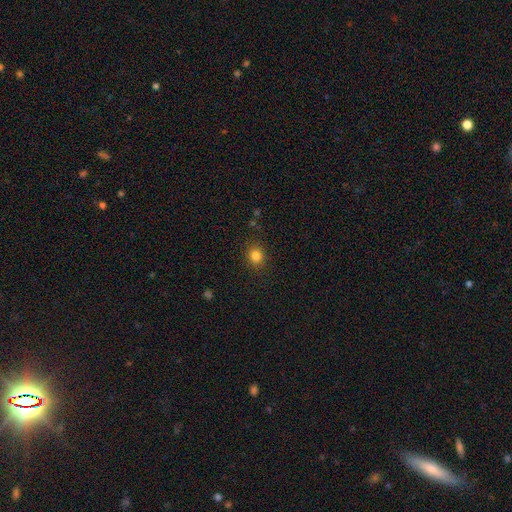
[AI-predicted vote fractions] Smooth or featured? Predicted: smooth (p=0.83). How rounded? Predicted: round (p=0.77). Merging? Predicted: none (p=0.87).